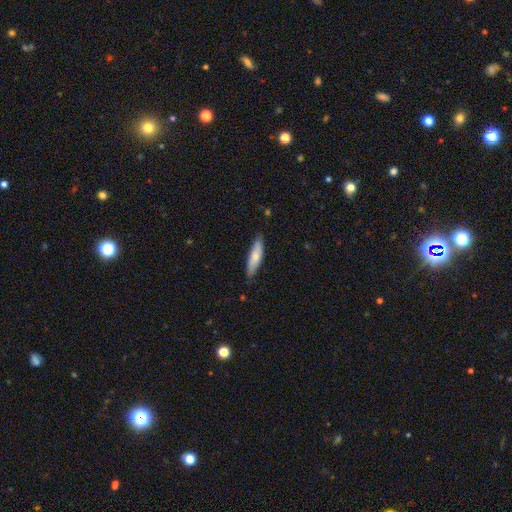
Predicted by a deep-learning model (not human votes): The model was most divided on "smooth or featured": smooth: 69%, featured or disk: 25%, star or artifact: 5%. More confident: merging — none (83%); how rounded — cigar-shaped (72%).